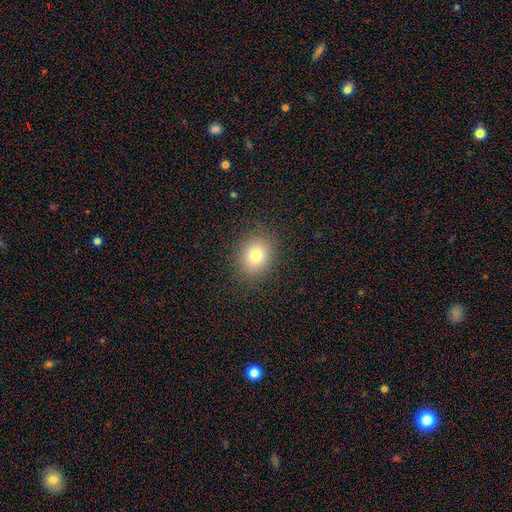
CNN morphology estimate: type=smooth (78%); roundness=round (62%); merging=none (88%).